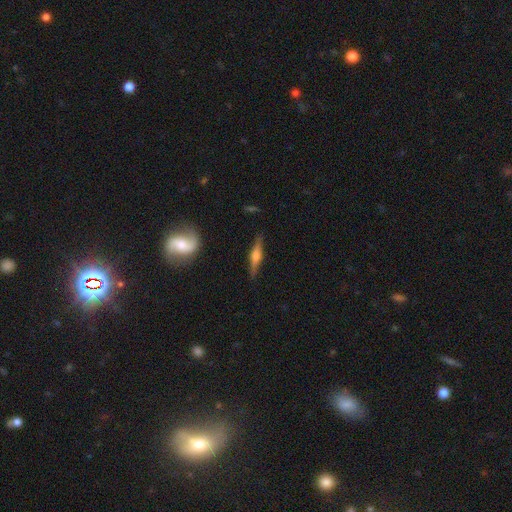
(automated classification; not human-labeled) Smooth or featured: featured or disk — 63% (smooth — 31%)
Edge-on disk: yes — 96% (no — 4%)
Edge-on bulge: rounded — 80% (boxy — 14%)
Merging: none — 86% (minor disturbance — 10%)